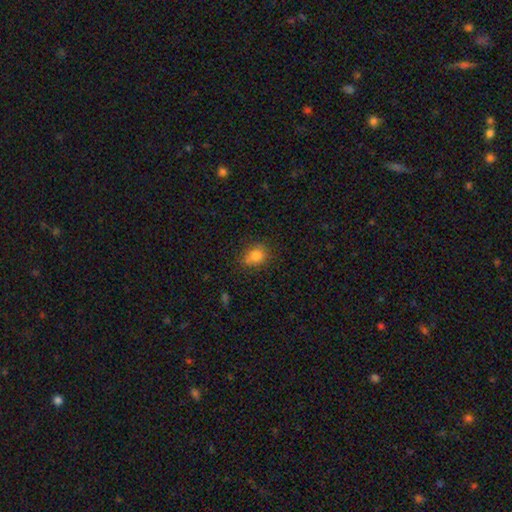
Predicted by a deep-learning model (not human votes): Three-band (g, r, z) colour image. It shows a smooth galaxy with no disk features (80%) that is round (51%). Merging: none (69%).